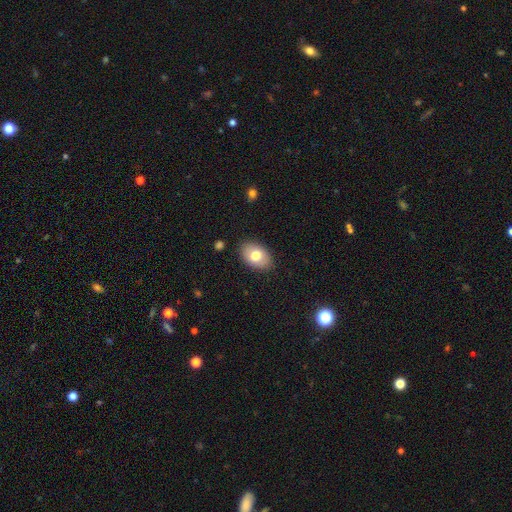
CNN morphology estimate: This appears to be a smooth galaxy with no disk features (76%) that is in between round and cigar-shaped (87%). Merging: none (86%).